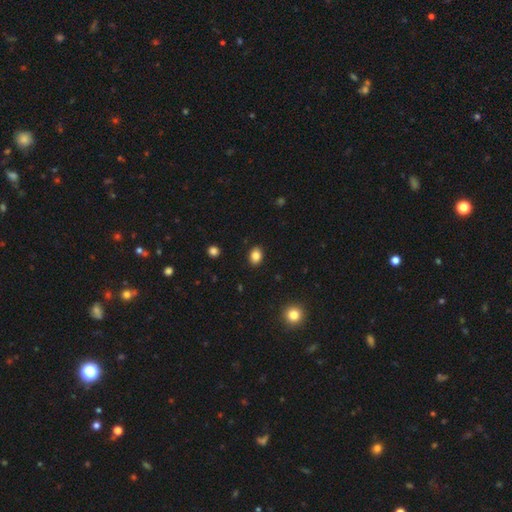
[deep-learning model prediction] Smooth or featured?
  - smooth: 86% *
  - star or artifact: 10%
  - featured or disk: 4%
How rounded?
  - in between: 65% *
  - round: 34%
  - cigar-shaped: 1%
Merging?
  - none: 89% *
  - minor disturbance: 8%
  - major disturbance: 2%
  - merger: 1%